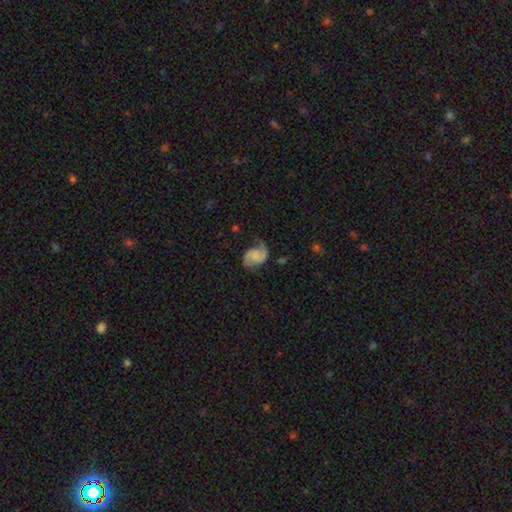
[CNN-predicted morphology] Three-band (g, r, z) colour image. It shows a featured or disk galaxy (80%) with no bar (62%), 2 (88%) medium (45%) spiral arms (96%) and no central bulge (61%). Merging: none (68%).